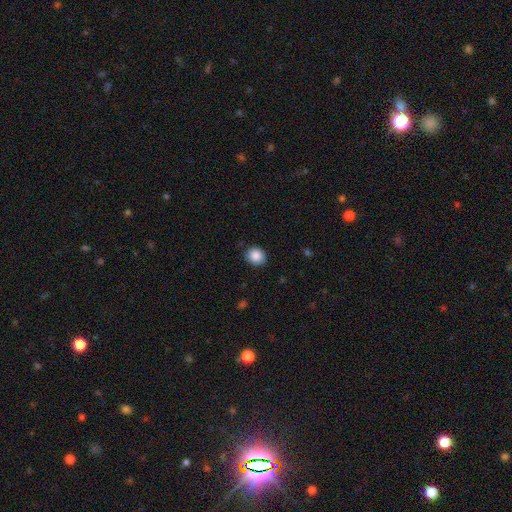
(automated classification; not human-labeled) smooth-or-featured: smooth: 88% | star or artifact: 9% | featured or disk: 3%
  how-rounded: round: 78% | in between: 21% | cigar-shaped: 1%
  merging: none: 88% | minor disturbance: 9% | major disturbance: 2% | merger: 1%